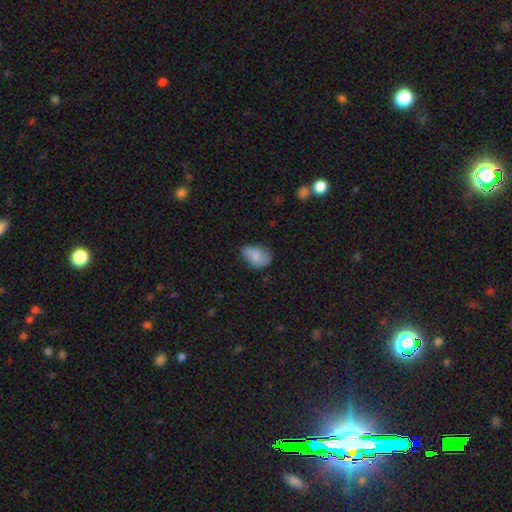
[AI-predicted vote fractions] Smooth or featured? smooth (78%)
How rounded? in between (84%)
Merging? none (52%)